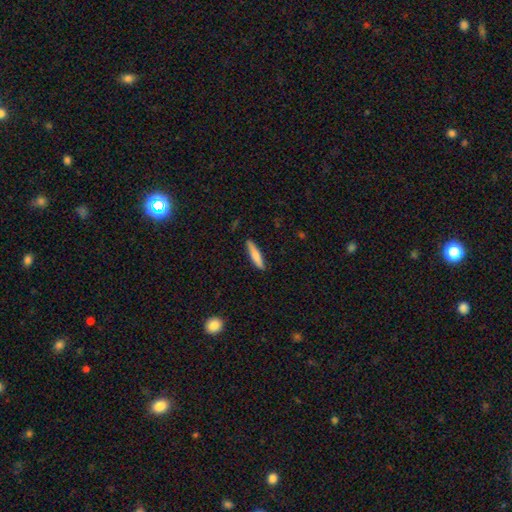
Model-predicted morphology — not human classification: Q: Smooth or featured?
A: smooth (75%); runner-up: featured or disk (19%)
Q: How rounded?
A: cigar-shaped (85%); runner-up: in between (14%)
Q: Merging?
A: none (87%); runner-up: minor disturbance (10%)